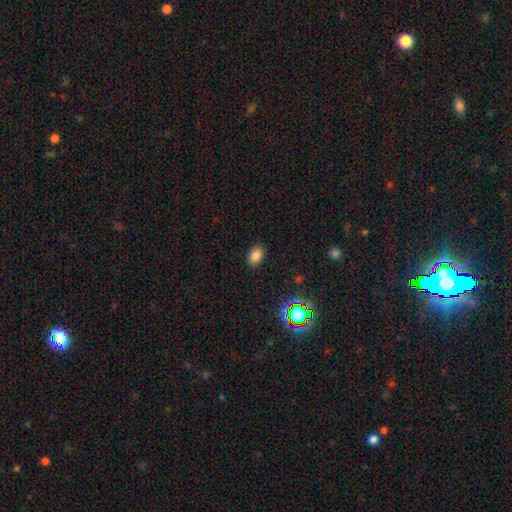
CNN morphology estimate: A smooth galaxy with no disk features (82%) that is in between round and cigar-shaped (86%).

Vote fractions:
- Smooth or featured? smooth: 82% / star or artifact: 13% / featured or disk: 5%
- How rounded? in between: 86% / round: 12% / cigar-shaped: 1%
- Merging? none: 87% / minor disturbance: 9% / major disturbance: 2% / merger: 1%